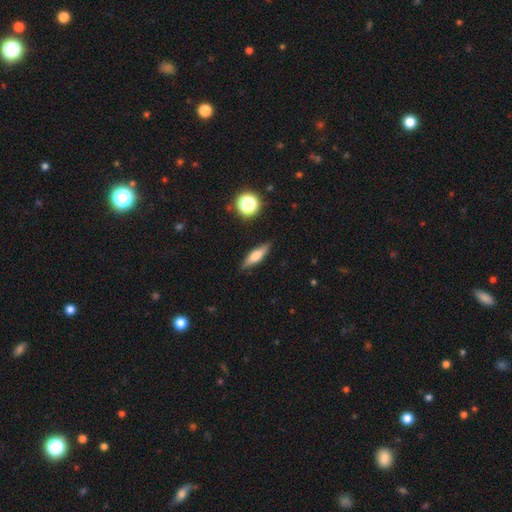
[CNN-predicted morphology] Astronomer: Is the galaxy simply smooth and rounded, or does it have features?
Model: smooth — 57% (runner-up: featured or disk, 34%).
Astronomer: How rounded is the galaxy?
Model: cigar-shaped — 61%.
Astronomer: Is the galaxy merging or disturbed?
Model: none — 86%.